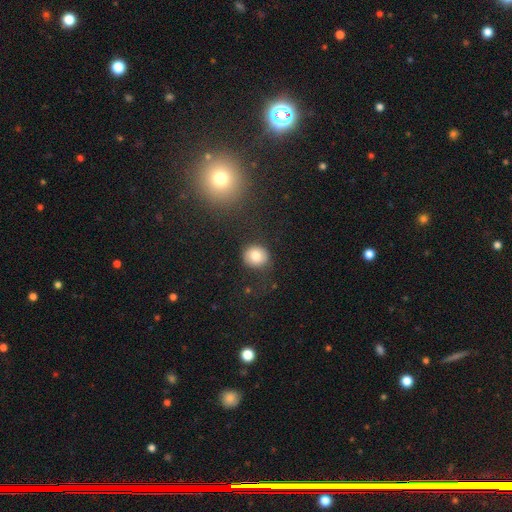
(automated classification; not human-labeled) Smooth or featured? smooth (79%)
How rounded? round (83%)
Merging? none (81%)